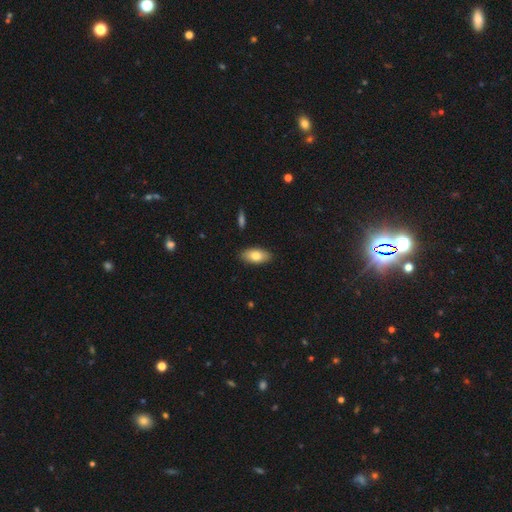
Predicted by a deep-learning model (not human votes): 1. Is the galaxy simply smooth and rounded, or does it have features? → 79% smooth, 15% featured or disk, 6% star or artifact.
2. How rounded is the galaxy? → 91% in between, 6% cigar-shaped, 3% round.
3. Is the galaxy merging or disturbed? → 88% none, 9% minor disturbance, 2% major disturbance, 1% merger.